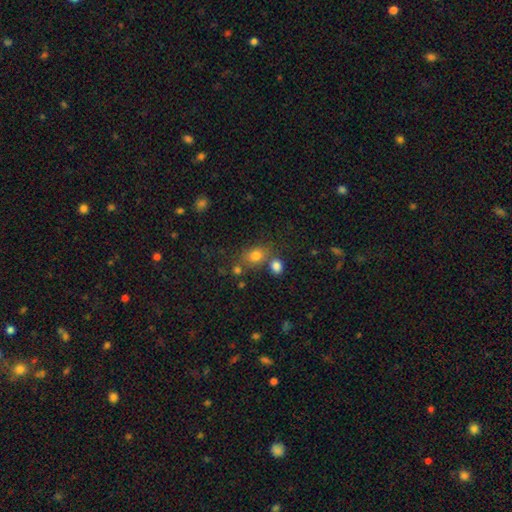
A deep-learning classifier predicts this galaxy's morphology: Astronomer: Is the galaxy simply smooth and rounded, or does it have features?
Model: smooth — 78%.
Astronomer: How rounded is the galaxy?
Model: in between — 52% (runner-up: round, 47%).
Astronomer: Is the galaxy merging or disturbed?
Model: none — 61%.